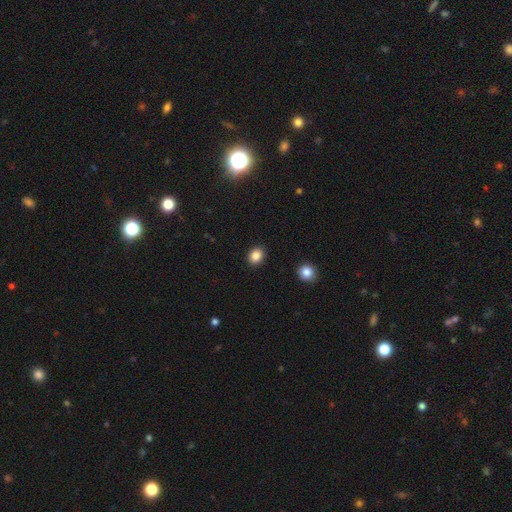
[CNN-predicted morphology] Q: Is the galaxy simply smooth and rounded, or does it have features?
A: smooth — 85%.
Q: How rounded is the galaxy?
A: in between — 51%.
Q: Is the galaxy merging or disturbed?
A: none — 90%.